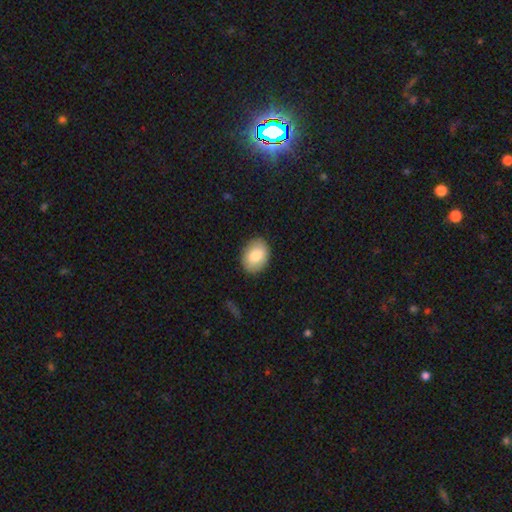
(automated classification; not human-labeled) Smooth or featured?
  - smooth: 83% *
  - featured or disk: 11%
  - star or artifact: 6%
How rounded?
  - in between: 71% *
  - round: 28%
  - cigar-shaped: 1%
Merging?
  - none: 87% *
  - minor disturbance: 9%
  - major disturbance: 2%
  - merger: 1%